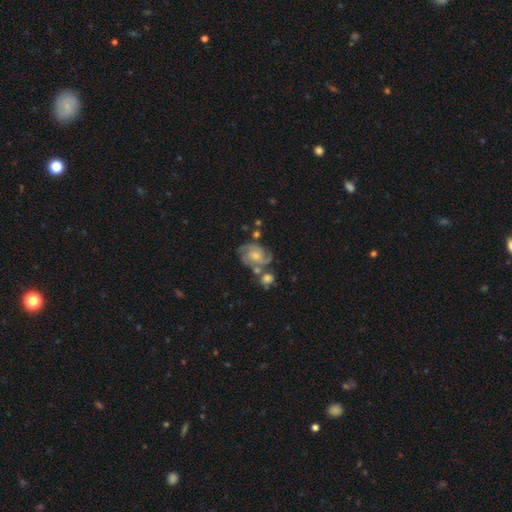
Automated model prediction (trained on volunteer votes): smooth_or_featured: featured or disk (p=0.85) [alt: smooth p=0.10]
disk_edge_on: no (p=0.98) [alt: yes p=0.02]
bar: no (p=0.70) [alt: weak p=0.26]
has_spiral_arms: yes (p=0.97) [alt: no p=0.03]
spiral_winding: tight (p=0.48) [alt: medium p=0.43]
spiral_arm_count: 3 (p=0.40) [alt: 2 p=0.35]
bulge_size: moderate (p=0.48) [alt: small p=0.44]
merging: none (p=0.54) [alt: merger p=0.21]